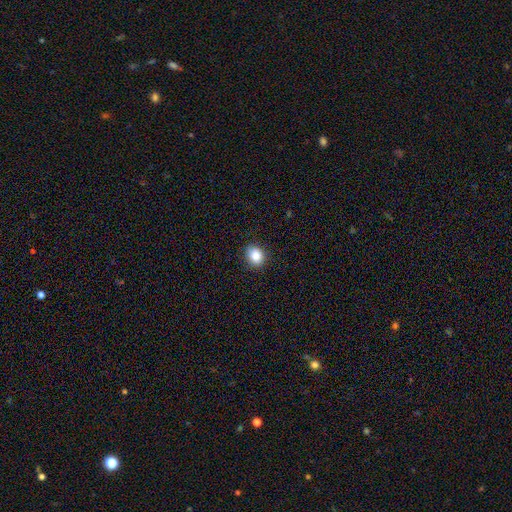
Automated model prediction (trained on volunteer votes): Smooth or featured: smooth — 87% (star or artifact — 9%)
How rounded: round — 55% (in between — 44%)
Merging: none — 85% (minor disturbance — 11%)